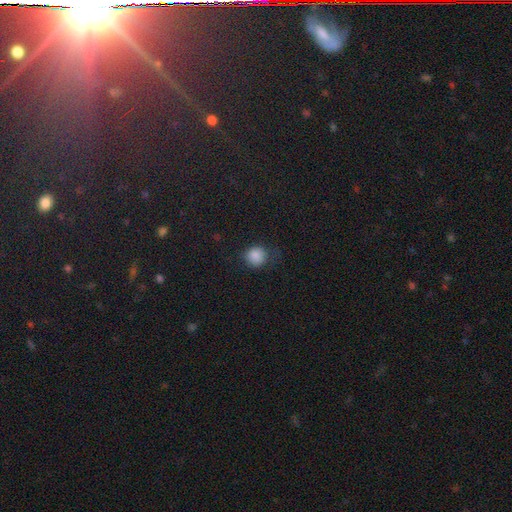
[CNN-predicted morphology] smooth 85%, star or artifact 10%, featured or disk 4%. Down the decision tree: how rounded — round (88%); merging — none (73%).